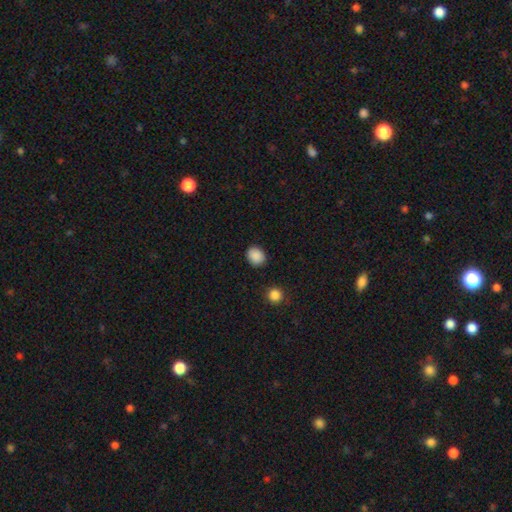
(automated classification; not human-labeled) smooth-or-featured: smooth: 88% | star or artifact: 9% | featured or disk: 3%
  how-rounded: round: 60% | in between: 39% | cigar-shaped: 1%
  merging: none: 86% | minor disturbance: 10% | major disturbance: 2% | merger: 2%